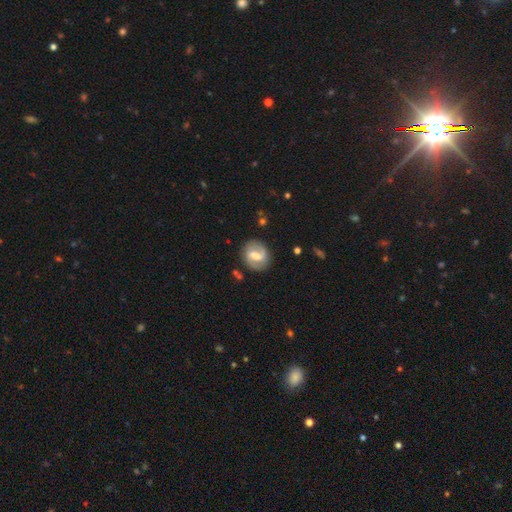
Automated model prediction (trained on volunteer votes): Smooth or featured?
  - featured or disk: 69% *
  - smooth: 25%
  - star or artifact: 6%
Edge-on disk?
  - no: 97% *
  - yes: 3%
Bar?
  - weak: 47% *
  - strong: 38%
  - no: 15%
Spiral arms?
  - yes: 84% *
  - no: 16%
Spiral winding?
  - medium: 45% *
  - loose: 30%
  - tight: 25%
Spiral arm count?
  - 2: 86% *
  - can't tell: 7%
  - 1: 4%
  - 3: 1%
  - 4: 1%
  - more than 4: 1%
Bulge size?
  - moderate: 55% *
  - small: 23%
  - large: 15%
  - none: 6%
  - dominant: 2%
Merging?
  - none: 82% *
  - minor disturbance: 12%
  - major disturbance: 4%
  - merger: 2%